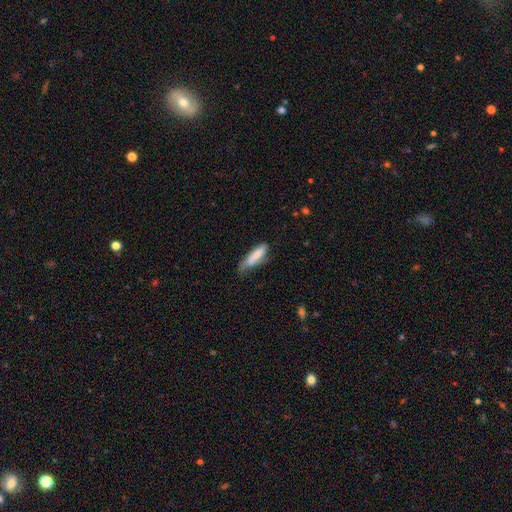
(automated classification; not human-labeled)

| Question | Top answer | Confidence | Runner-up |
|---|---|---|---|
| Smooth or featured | smooth | 75% | featured or disk (18%) |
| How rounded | cigar-shaped | 68% | in between (30%) |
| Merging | minor disturbance | 39% | none (37%) |